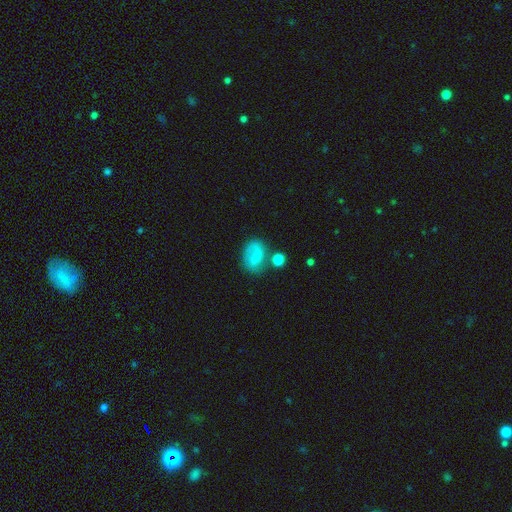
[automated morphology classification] type=smooth (55%); roundness=in between (69%); merging=none (55%).